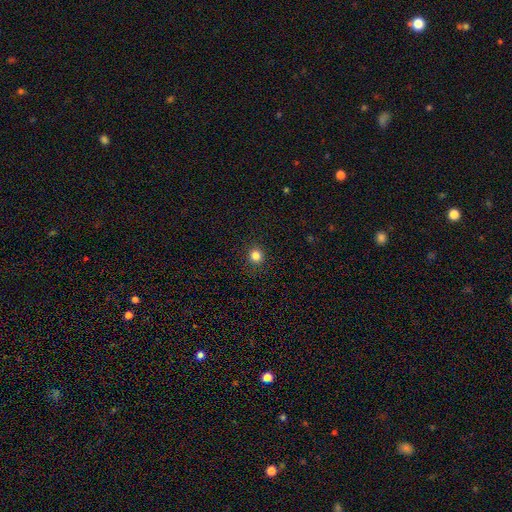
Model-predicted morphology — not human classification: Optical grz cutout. It shows a smooth galaxy with no disk features (83%) that is round (91%). Merging: none (92%).